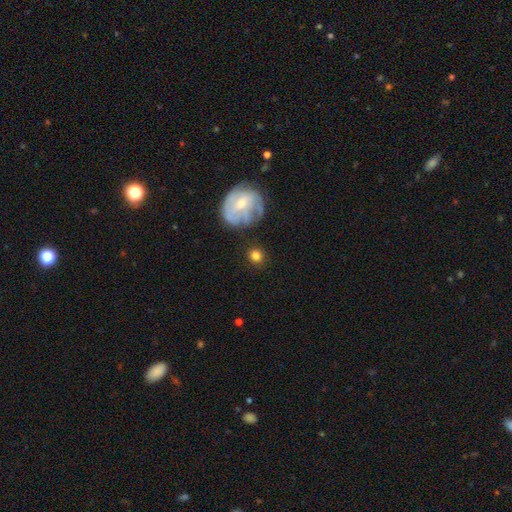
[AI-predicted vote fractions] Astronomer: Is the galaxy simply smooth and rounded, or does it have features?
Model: smooth — 75%.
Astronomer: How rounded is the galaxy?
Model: round — 88%.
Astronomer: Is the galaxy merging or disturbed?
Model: none — 82%.